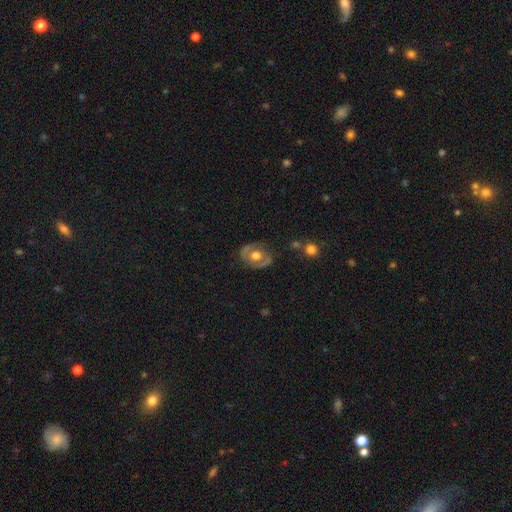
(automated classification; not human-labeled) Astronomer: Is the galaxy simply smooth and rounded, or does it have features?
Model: featured or disk — 60%.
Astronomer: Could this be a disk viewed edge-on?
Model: no — 94%.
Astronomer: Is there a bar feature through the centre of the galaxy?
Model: no — 75%.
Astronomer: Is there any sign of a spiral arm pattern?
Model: no — 61% (runner-up: yes, 39%).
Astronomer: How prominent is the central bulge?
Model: moderate — 54% (runner-up: large, 39%).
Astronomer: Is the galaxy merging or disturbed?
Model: none — 73%.